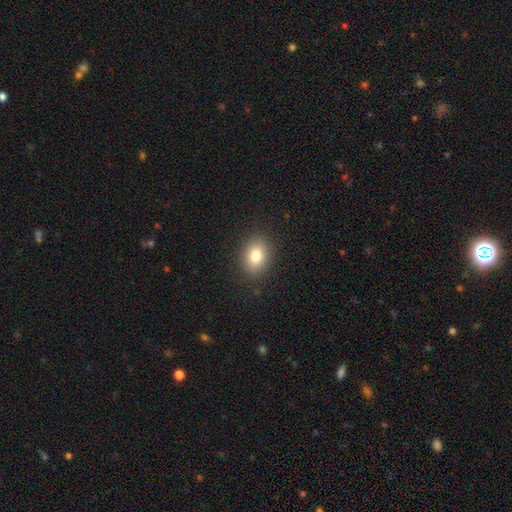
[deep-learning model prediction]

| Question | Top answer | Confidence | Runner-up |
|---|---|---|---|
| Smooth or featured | smooth | 81% | star or artifact (10%) |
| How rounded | in between | 70% | round (29%) |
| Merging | none | 88% | minor disturbance (8%) |